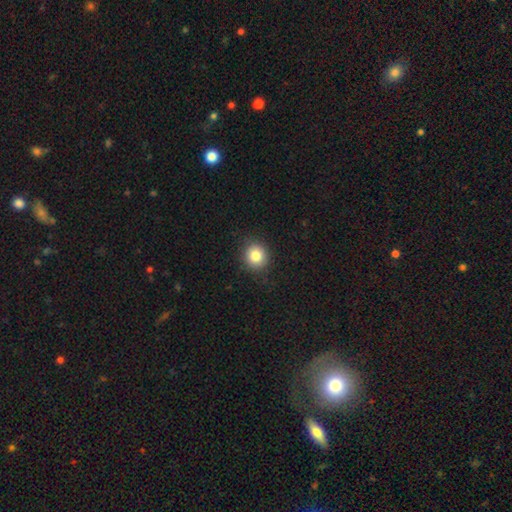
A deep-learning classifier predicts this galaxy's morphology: Overall: smooth (83%). How rounded: round (88%). Merging: none (89%).